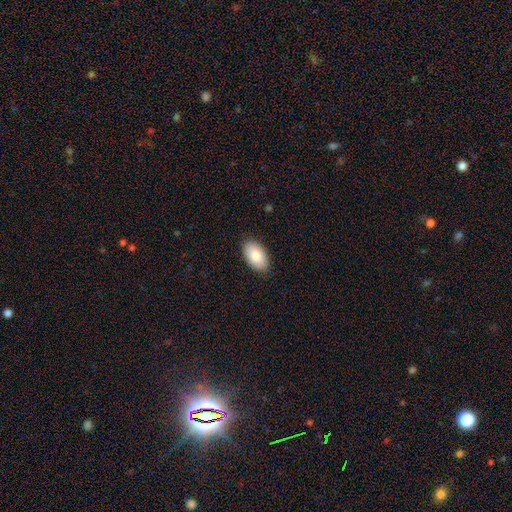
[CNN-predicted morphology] smooth_or_featured: smooth (p=0.84) [alt: featured or disk p=0.09]
how_rounded: in between (p=0.95) [alt: round p=0.04]
merging: none (p=0.88) [alt: minor disturbance p=0.10]